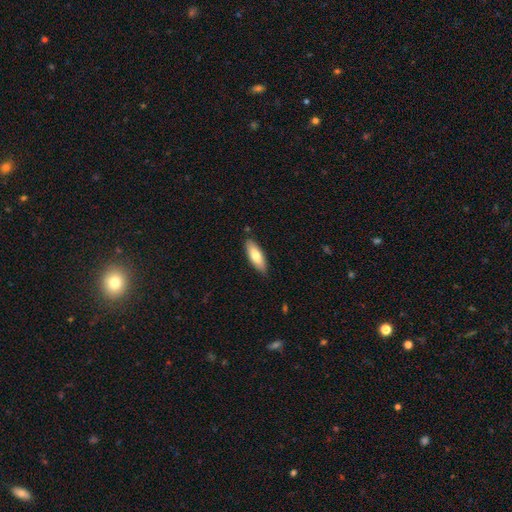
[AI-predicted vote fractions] Smooth or featured?
  - smooth: 75% *
  - featured or disk: 19%
  - star or artifact: 6%
How rounded?
  - in between: 65% *
  - cigar-shaped: 33%
  - round: 2%
Merging?
  - none: 85% *
  - minor disturbance: 12%
  - major disturbance: 2%
  - merger: 1%